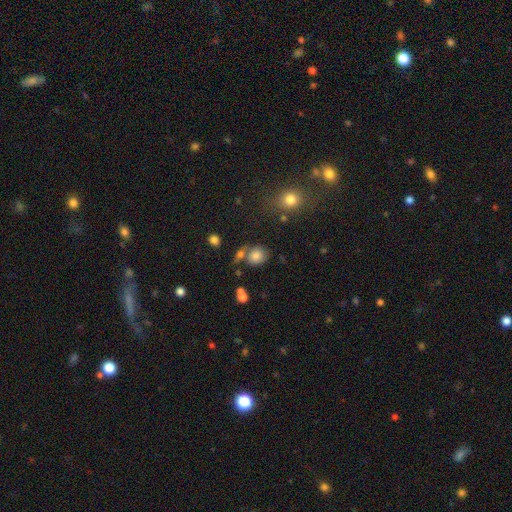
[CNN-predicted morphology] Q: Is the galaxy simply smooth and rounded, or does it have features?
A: smooth — 80%.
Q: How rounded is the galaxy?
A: round — 71%.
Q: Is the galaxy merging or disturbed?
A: none — 61%.